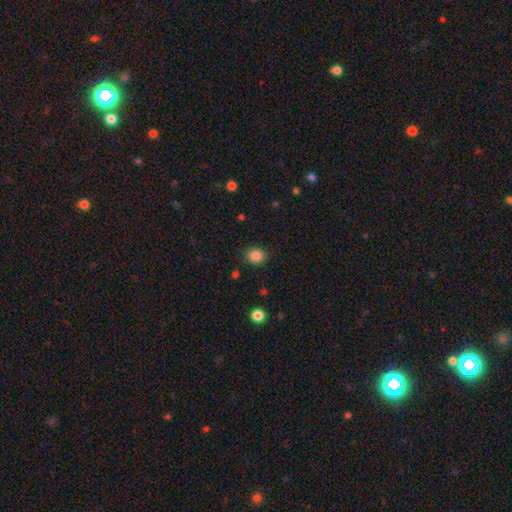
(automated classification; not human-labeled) Q: Smooth or featured?
A: smooth (85%); runner-up: star or artifact (11%)
Q: How rounded?
A: round (67%); runner-up: in between (32%)
Q: Merging?
A: none (86%); runner-up: minor disturbance (10%)